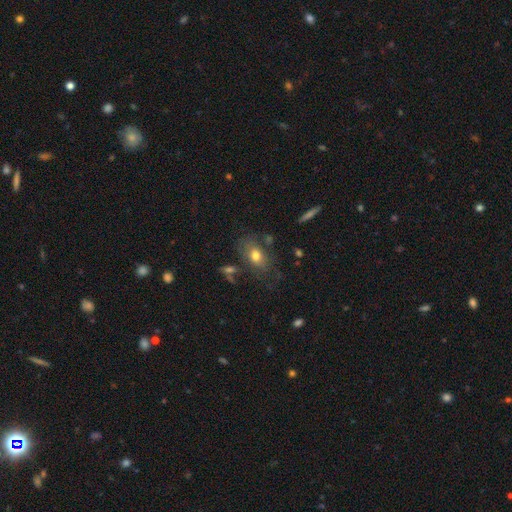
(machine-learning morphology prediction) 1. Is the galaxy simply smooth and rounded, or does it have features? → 68% smooth, 22% featured or disk, 10% star or artifact.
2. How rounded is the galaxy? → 80% in between, 18% round, 2% cigar-shaped.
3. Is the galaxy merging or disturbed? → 62% none, 20% minor disturbance, 12% major disturbance, 6% merger.